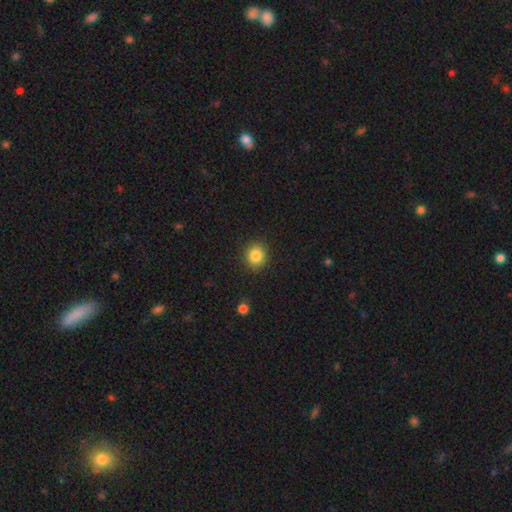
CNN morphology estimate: Smooth or featured? smooth (85%)
How rounded? round (79%)
Merging? none (90%)